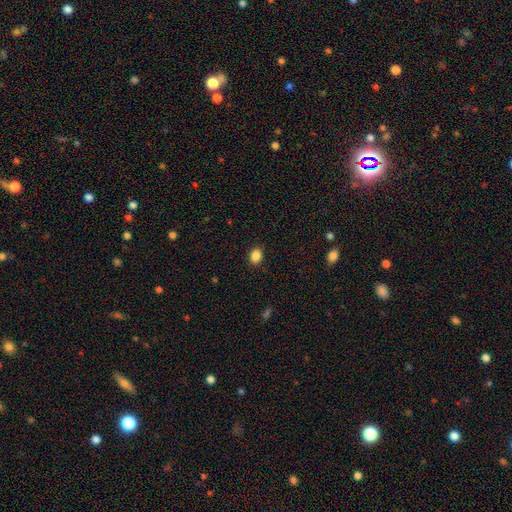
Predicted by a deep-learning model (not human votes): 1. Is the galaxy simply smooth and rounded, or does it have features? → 87% smooth, 10% star or artifact, 4% featured or disk.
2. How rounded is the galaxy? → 61% in between, 38% round, 1% cigar-shaped.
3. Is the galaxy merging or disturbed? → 90% none, 7% minor disturbance, 2% major disturbance, 1% merger.